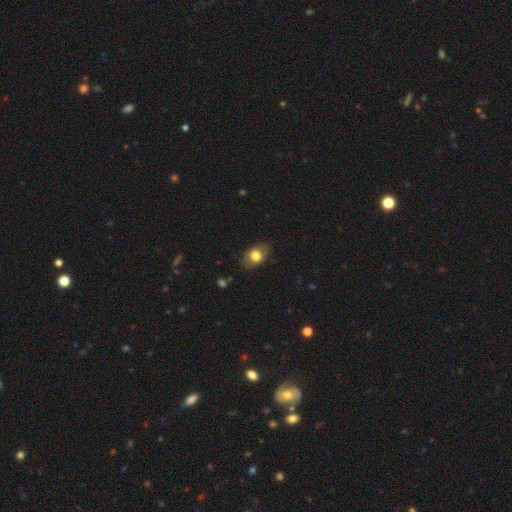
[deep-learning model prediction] This appears to be a smooth galaxy with no disk features (77%) that is in between round and cigar-shaped (80%). Merging: none (82%).